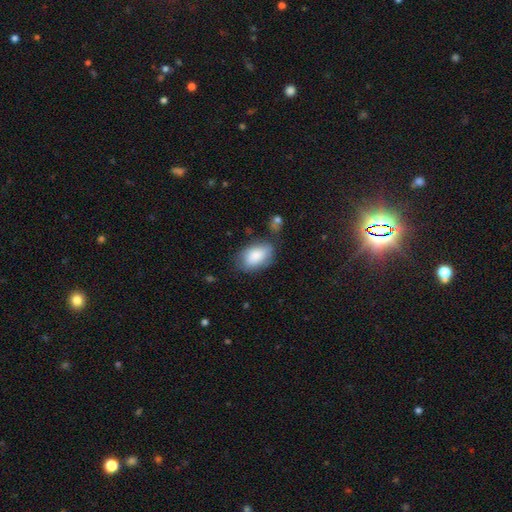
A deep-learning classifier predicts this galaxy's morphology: type=smooth (83%); roundness=in between (92%); merging=none (64%).